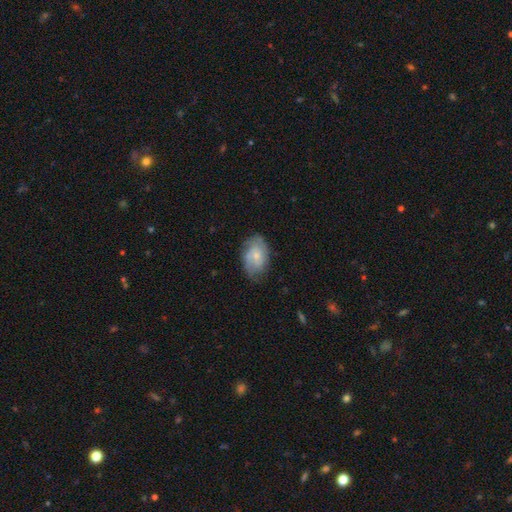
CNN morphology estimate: This appears to be a featured or disk galaxy (51%). Merging: none (66%).